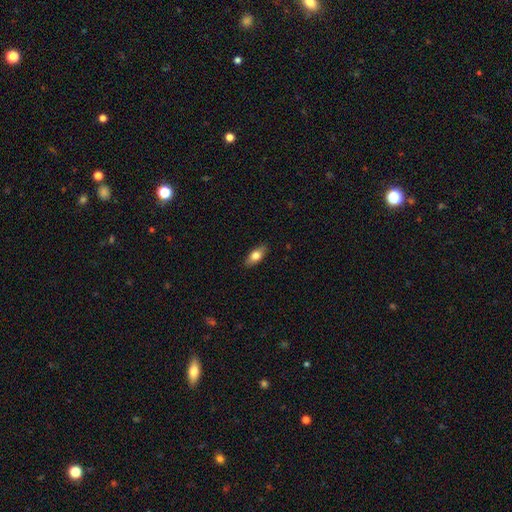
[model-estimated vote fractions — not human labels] Overall: smooth (73%). How rounded: in between (82%). Merging: none (88%).